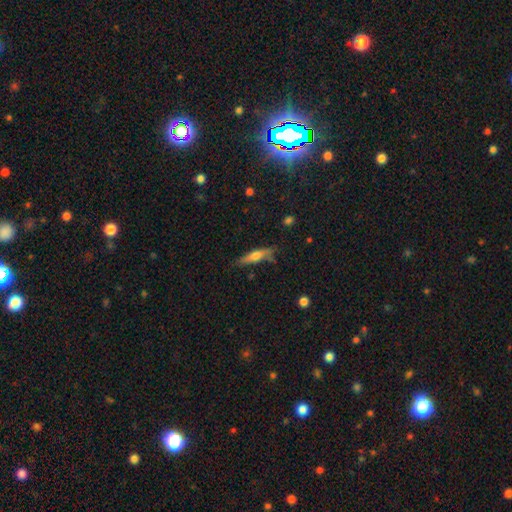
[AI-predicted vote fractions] A smooth galaxy with no disk features (52%) that is cigar-shaped (77%). Merging: none (73%).